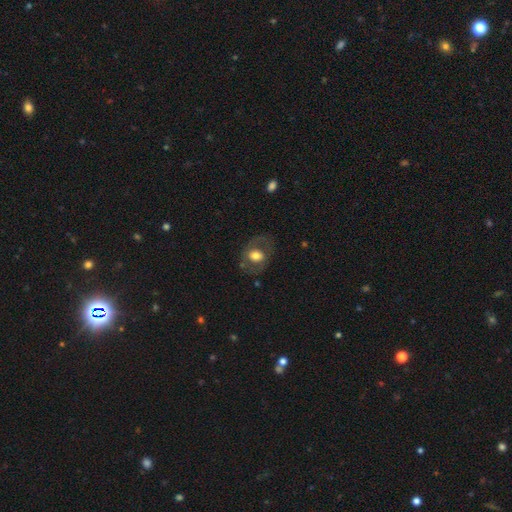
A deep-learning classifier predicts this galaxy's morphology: A smooth galaxy with no disk features (49%). Merging: none (69%).